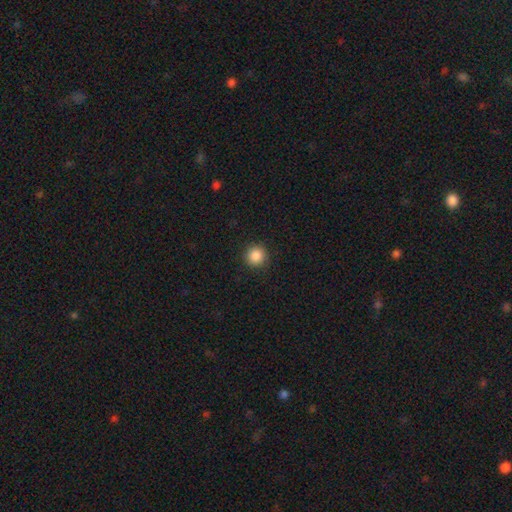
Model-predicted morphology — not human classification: type=smooth (87%); roundness=round (95%); merging=none (92%).